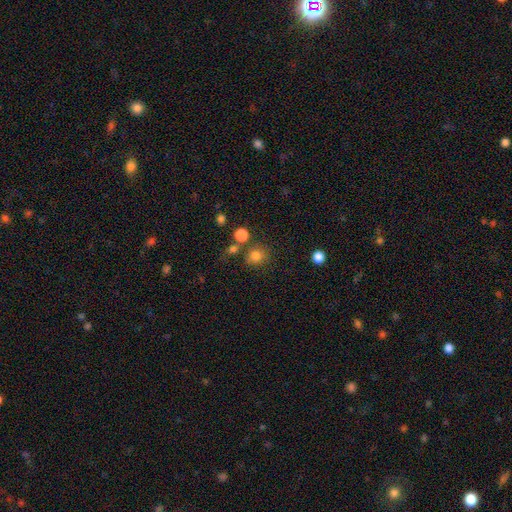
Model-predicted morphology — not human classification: Q: Smooth or featured?
A: smooth (79%); runner-up: star or artifact (14%)
Q: How rounded?
A: round (83%); runner-up: in between (16%)
Q: Merging?
A: none (74%); runner-up: merger (11%)